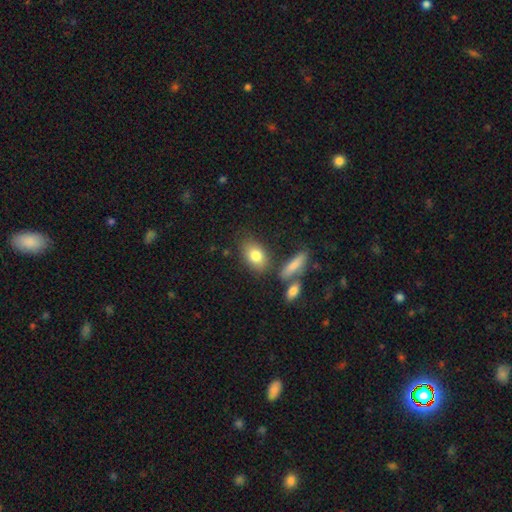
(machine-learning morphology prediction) This is likely a smooth galaxy (80%). How rounded: clearly in between (82%). Merging: likely none (70%).